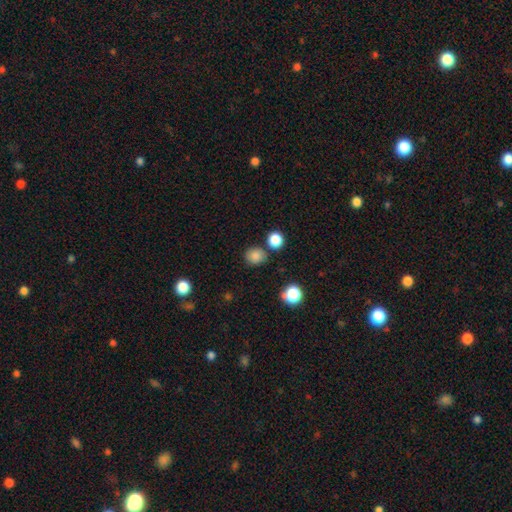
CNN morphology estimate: Smooth or featured: smooth — 84% (star or artifact — 13%)
How rounded: round — 80% (in between — 19%)
Merging: none — 77% (minor disturbance — 11%)